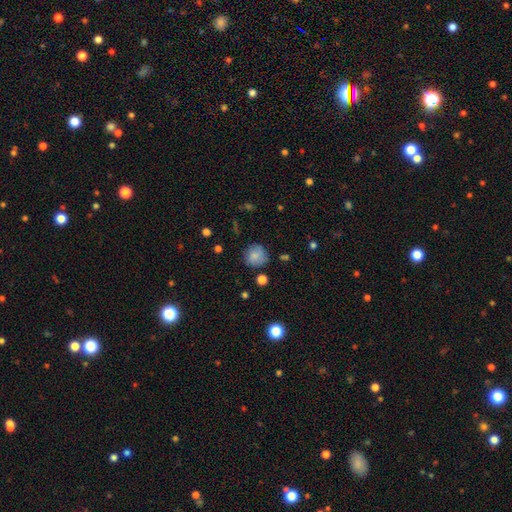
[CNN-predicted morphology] Smooth or featured? Predicted: smooth (p=0.80). How rounded? Predicted: round (p=0.89). Merging? Predicted: none (p=0.75).